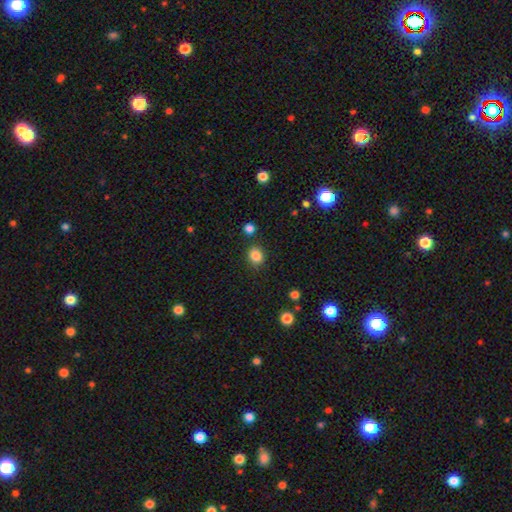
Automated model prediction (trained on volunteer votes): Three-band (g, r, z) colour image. It shows a smooth galaxy with no disk features (85%) that is round (62%). Merging: none (85%).